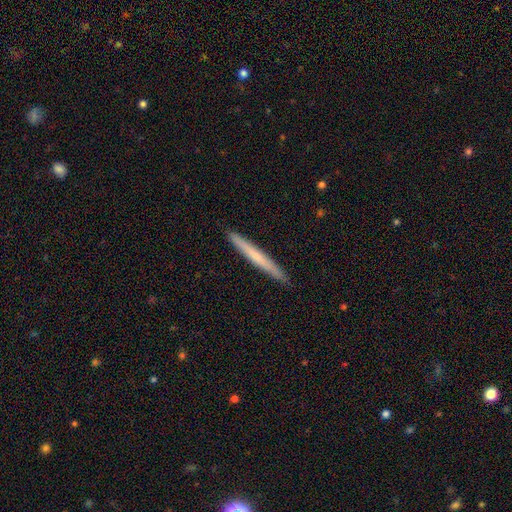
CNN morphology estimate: This is possibly a smooth galaxy (55%). How rounded: clearly cigar-shaped (97%). Merging: clearly none (92%).